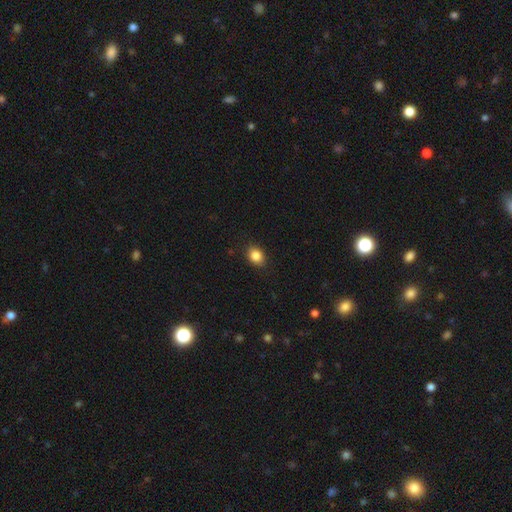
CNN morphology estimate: This appears to be a smooth galaxy with no disk features (86%) that is in between round and cigar-shaped (60%). Merging: none (88%).